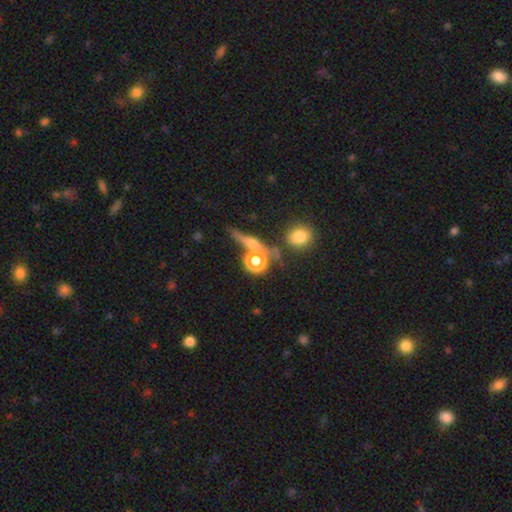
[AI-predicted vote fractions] Smooth or featured?
  - smooth: 44% *
  - featured or disk: 30%
  - star or artifact: 25%
Merging?
  - none: 67% *
  - merger: 16%
  - minor disturbance: 11%
  - major disturbance: 6%